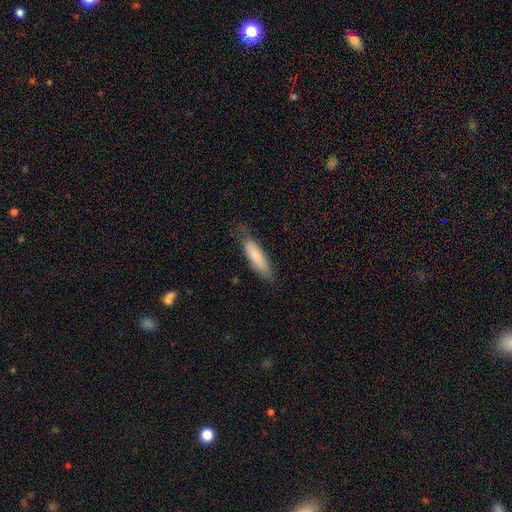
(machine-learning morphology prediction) Smooth or featured? Predicted: smooth (p=0.80). How rounded? Predicted: cigar-shaped (p=0.66). Merging? Predicted: none (p=0.73).